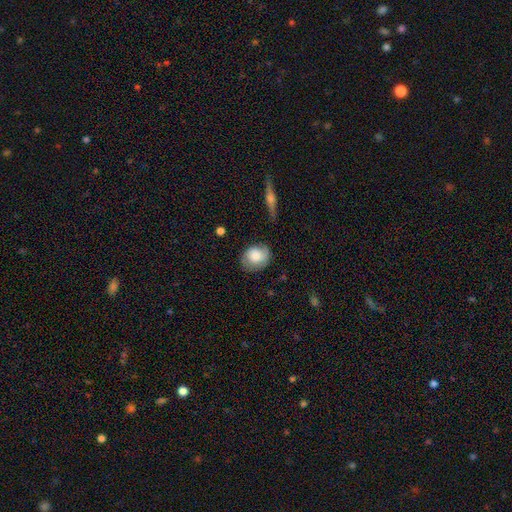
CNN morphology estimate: The model was most divided on "how rounded": round: 58%, in between: 41%, cigar-shaped: 1%. More confident: smooth or featured — smooth (70%); merging — none (69%).